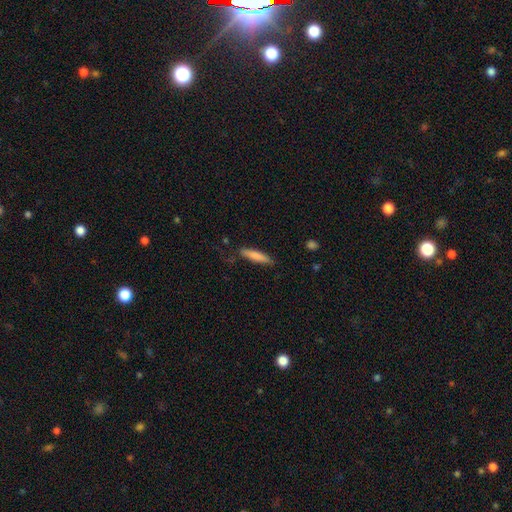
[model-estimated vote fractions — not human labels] The model was most divided on "smooth or featured": smooth: 79%, featured or disk: 16%, star or artifact: 6%. More confident: how rounded — cigar-shaped (86%); merging — none (80%).